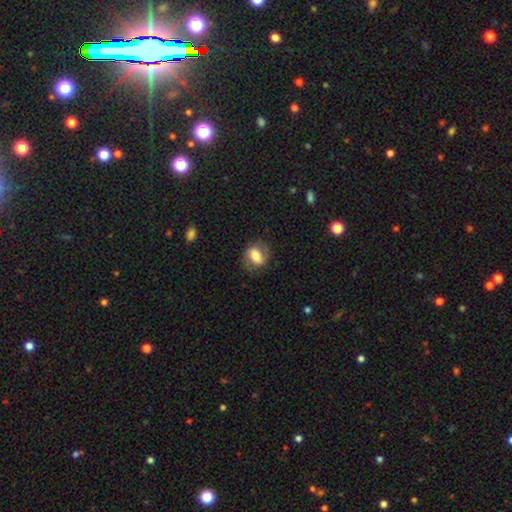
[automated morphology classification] This is likely a smooth galaxy (61%). How rounded: likely in between (67%). Merging: likely none (72%).